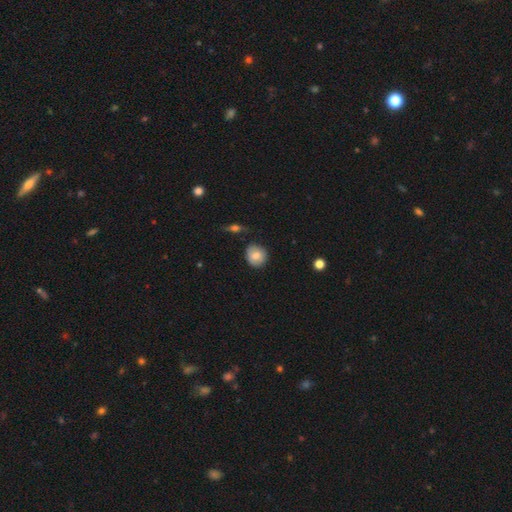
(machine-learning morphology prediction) Q: Smooth or featured?
A: smooth (78%); runner-up: featured or disk (14%)
Q: How rounded?
A: round (82%); runner-up: in between (17%)
Q: Merging?
A: none (79%); runner-up: minor disturbance (16%)